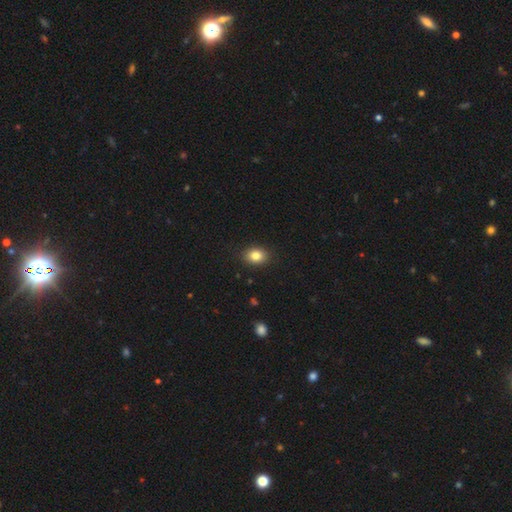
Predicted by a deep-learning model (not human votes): A smooth galaxy with no disk features (83%) that is in between round and cigar-shaped (65%). Merging: none (88%).